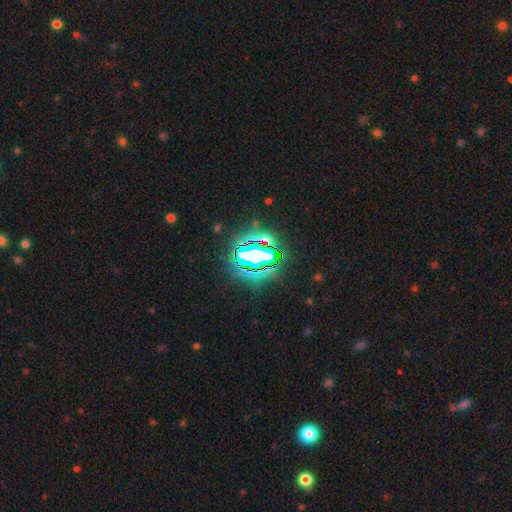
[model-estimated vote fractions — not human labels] star or artifact 78%, smooth 11%, featured or disk 10%.